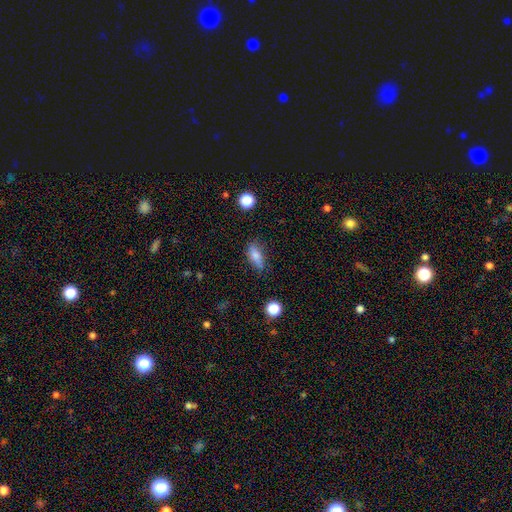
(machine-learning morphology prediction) A smooth galaxy with no disk features (71%) that is in between round and cigar-shaped (67%). Merging: none (74%).